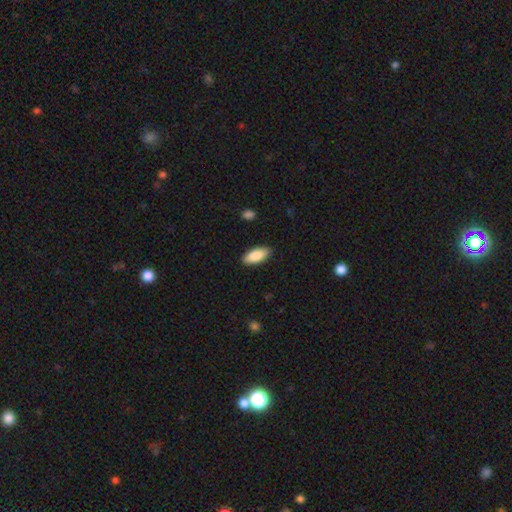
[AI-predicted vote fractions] smooth 88%, featured or disk 6%, star or artifact 6%. Down the decision tree: how rounded — in between (88%); merging — none (89%).